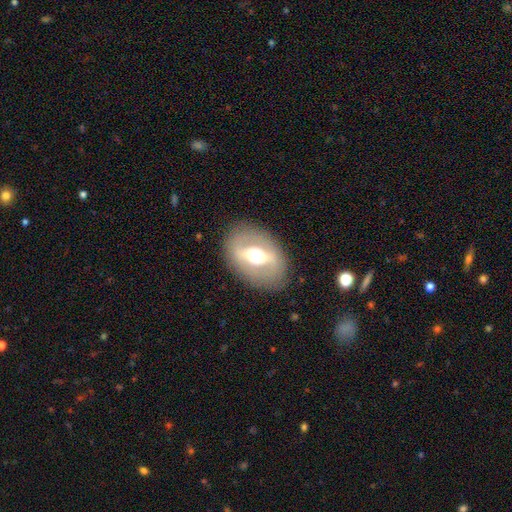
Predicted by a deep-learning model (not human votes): smooth-or-featured: featured or disk: 63% | smooth: 30% | star or artifact: 8%
  disk-edge-on: no: 87% | yes: 13%
    bar: strong: 49% | weak: 30% | no: 20%
    has-spiral-arms: no: 76% | yes: 24%
    bulge-size: moderate: 59% | large: 31% | dominant: 5% | small: 5% | none: 1%
  merging: none: 83% | minor disturbance: 10% | major disturbance: 6% | merger: 1%